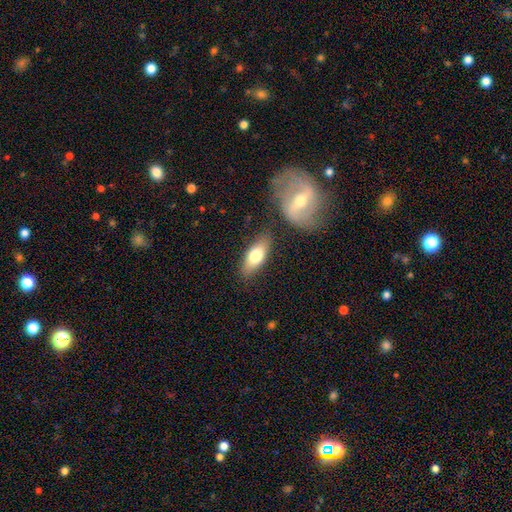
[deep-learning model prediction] smooth_or_featured: smooth (p=0.71) [alt: featured or disk p=0.22]
how_rounded: in between (p=0.76) [alt: cigar-shaped p=0.21]
merging: none (p=0.79) [alt: minor disturbance p=0.12]